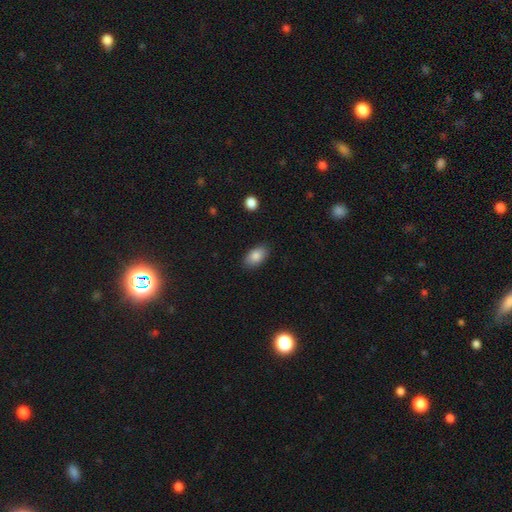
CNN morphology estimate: A smooth galaxy with no disk features (86%) that is in between round and cigar-shaped (93%). Merging: none (86%).